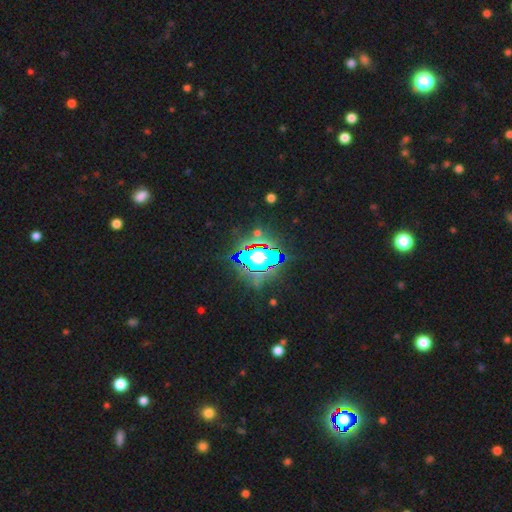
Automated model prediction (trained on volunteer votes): Morphology: type=star or artifact (75%).